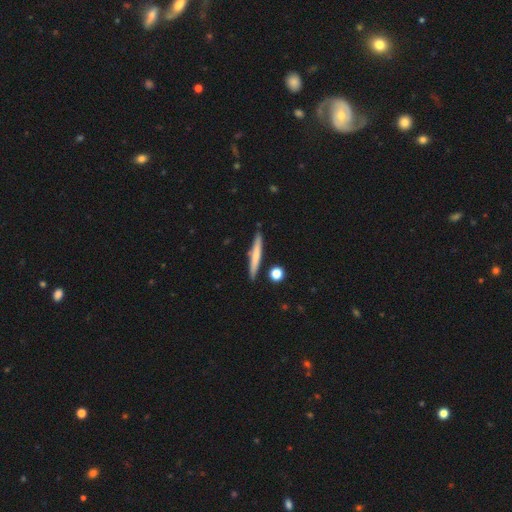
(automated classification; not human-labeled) Smooth or featured: smooth — 60% (featured or disk — 34%)
How rounded: cigar-shaped — 94% (in between — 4%)
Merging: none — 87% (minor disturbance — 8%)